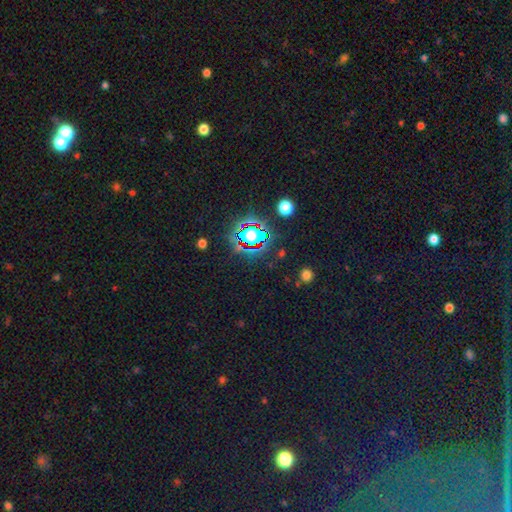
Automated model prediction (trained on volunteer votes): The model was most divided on "smooth or featured": star or artifact: 81%, smooth: 12%, featured or disk: 8%.